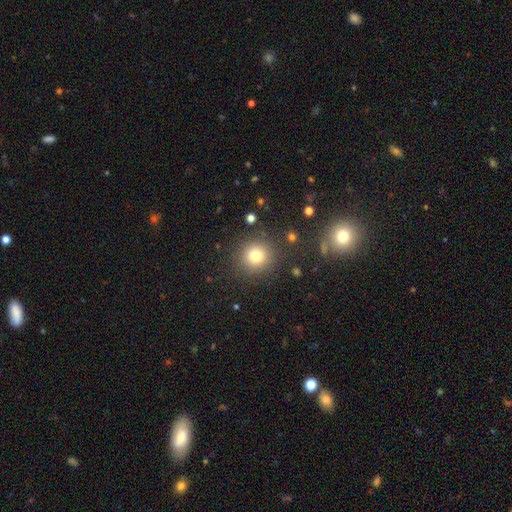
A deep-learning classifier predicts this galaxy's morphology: This is likely a smooth galaxy (77%). How rounded: clearly round (91%). Merging: clearly none (87%).